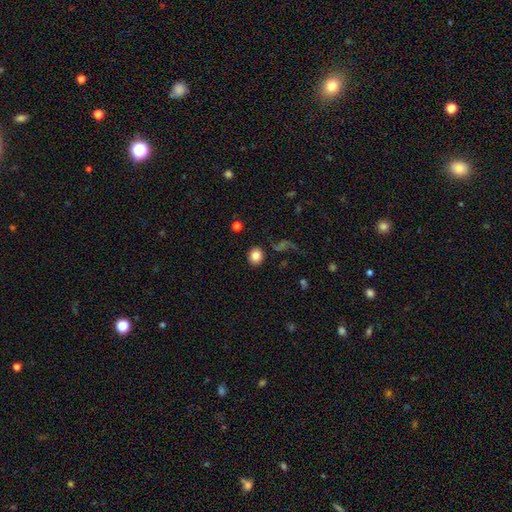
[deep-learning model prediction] Smooth or featured? smooth (82%)
How rounded? round (81%)
Merging? none (87%)